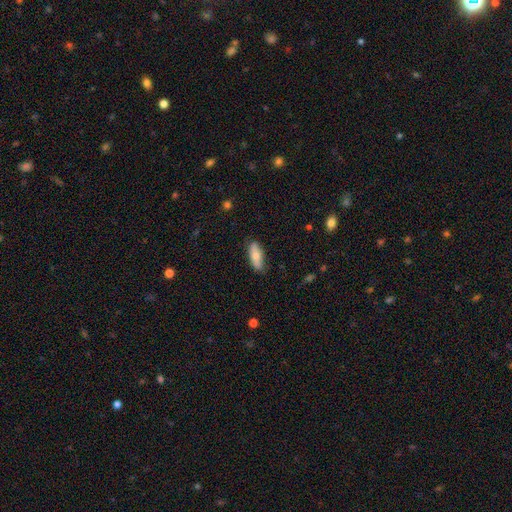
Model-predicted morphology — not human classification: smooth 74%, featured or disk 20%, star or artifact 6%. Down the decision tree: how rounded — in between (69%); merging — none (84%).